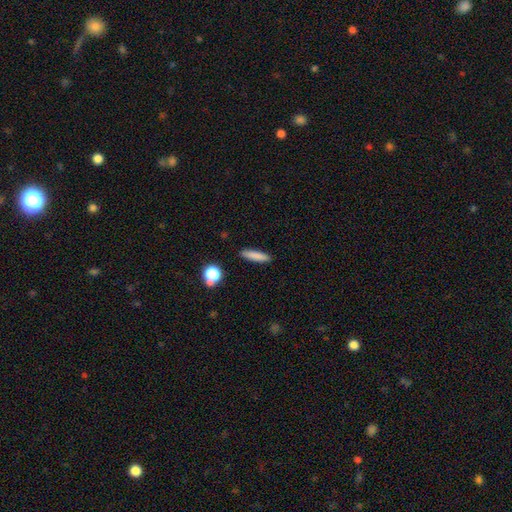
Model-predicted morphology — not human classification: Overall: smooth (83%). How rounded: cigar-shaped (80%). Merging: none (89%).